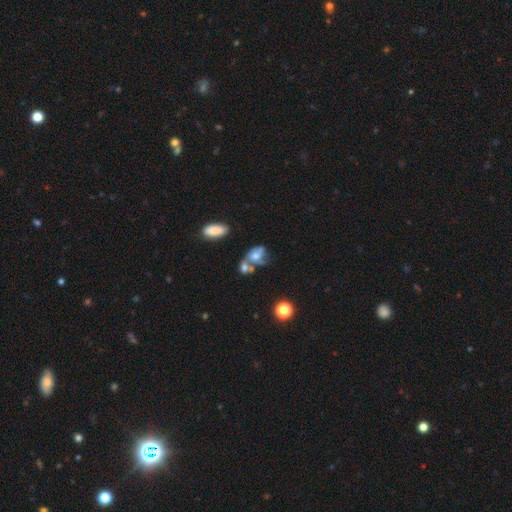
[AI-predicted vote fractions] Smooth or featured? Predicted: smooth (p=0.48). Merging? Predicted: merger (p=0.47).